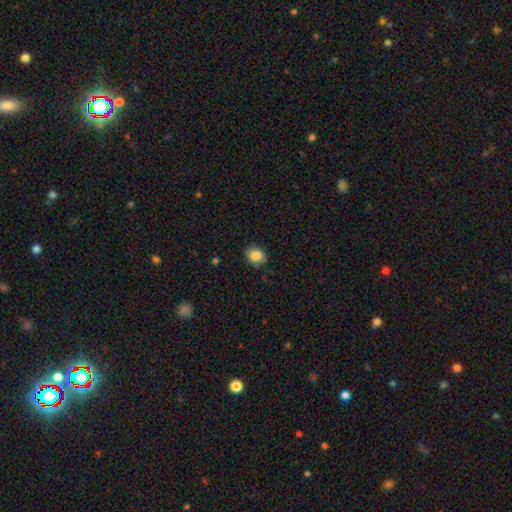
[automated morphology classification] This is clearly a smooth galaxy (86%). How rounded: likely round (61%). Merging: clearly none (87%).